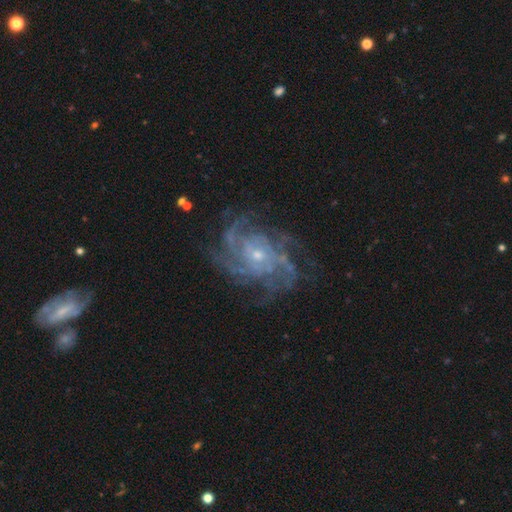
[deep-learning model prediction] Overall: featured or disk (89%). Edge-on disk: no (97%). Bar: no (70%). Spiral arms: yes (98%). Spiral arm count: 4 (31%; more than 4 19%). Spiral winding: tight (59%; medium 34%). Bulge size: small (70%). Merging: none (78%).